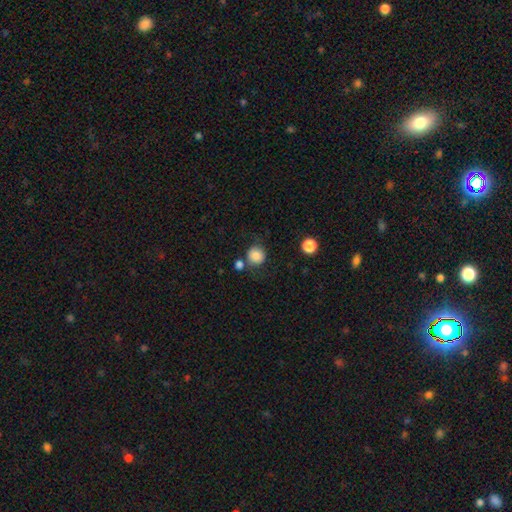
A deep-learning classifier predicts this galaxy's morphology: Smooth or featured?
  - smooth: 85% *
  - star or artifact: 10%
  - featured or disk: 5%
How rounded?
  - round: 91% *
  - in between: 8%
  - cigar-shaped: 1%
Merging?
  - none: 73% *
  - minor disturbance: 12%
  - merger: 10%
  - major disturbance: 5%